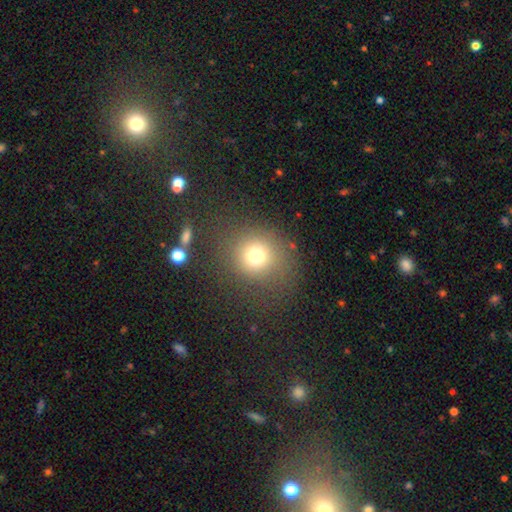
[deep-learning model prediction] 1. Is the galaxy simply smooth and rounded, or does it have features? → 73% smooth, 17% star or artifact, 10% featured or disk.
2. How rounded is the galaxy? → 85% round, 14% in between, 1% cigar-shaped.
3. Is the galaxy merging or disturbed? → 79% none, 10% minor disturbance, 7% major disturbance, 3% merger.